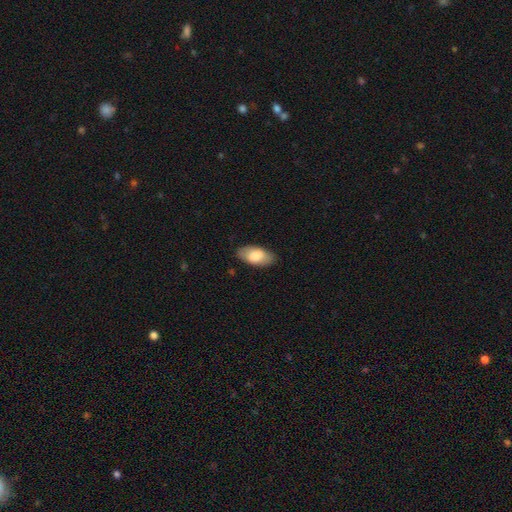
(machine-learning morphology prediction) smooth_or_featured: smooth (p=0.78) [alt: featured or disk p=0.17]
how_rounded: in between (p=0.93) [alt: cigar-shaped p=0.04]
merging: none (p=0.84) [alt: minor disturbance p=0.12]